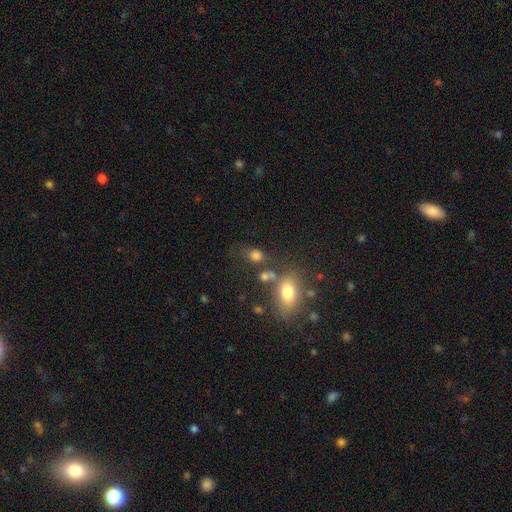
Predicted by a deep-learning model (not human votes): A smooth galaxy with no disk features (77%) that is in between round and cigar-shaped (52%). Merging: none (56%).